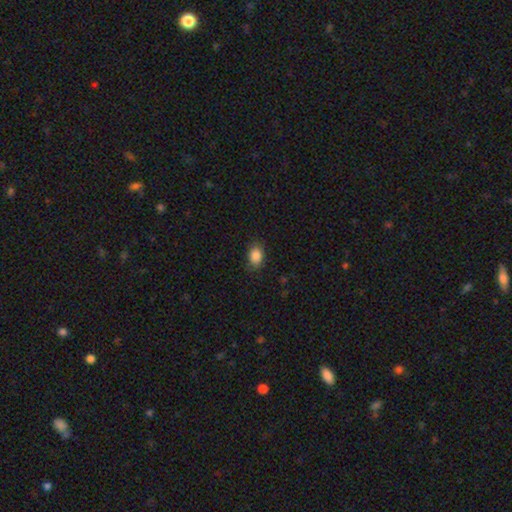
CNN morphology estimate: A smooth galaxy with no disk features (87%) that is in between round and cigar-shaped (79%). Merging: none (85%).